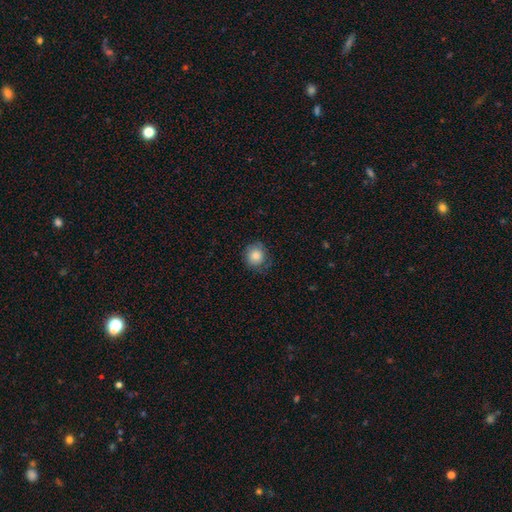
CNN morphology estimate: Smooth or featured? Predicted: smooth (p=0.83). How rounded? Predicted: round (p=0.85). Merging? Predicted: none (p=0.73).